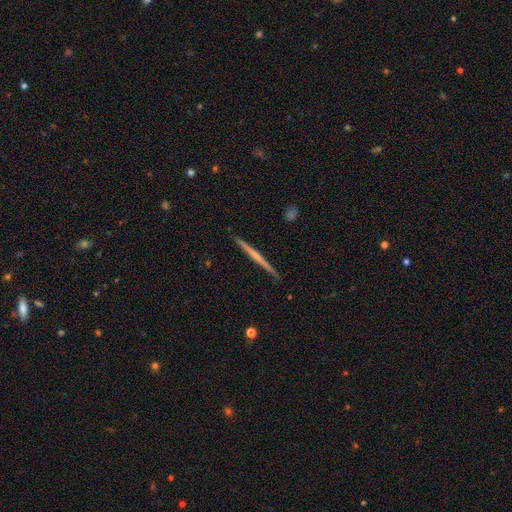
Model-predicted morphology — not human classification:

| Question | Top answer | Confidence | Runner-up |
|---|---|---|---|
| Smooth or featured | featured or disk | 64% | smooth (30%) |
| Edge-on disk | yes | 98% | no (2%) |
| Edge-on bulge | none | 61% | rounded (32%) |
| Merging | none | 91% | minor disturbance (6%) |